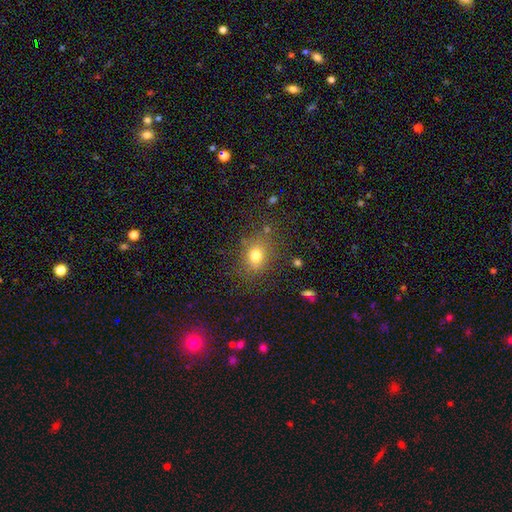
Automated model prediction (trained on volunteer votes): This appears to be a smooth galaxy with no disk features (75%) that is round (55%). Merging: none (78%).